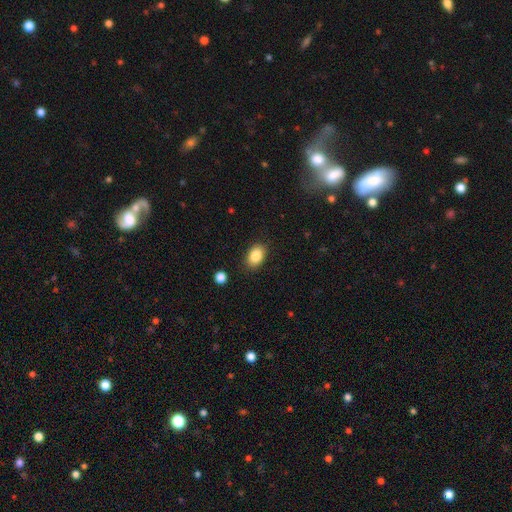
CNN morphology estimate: Smooth or featured?
  - smooth: 86% *
  - star or artifact: 8%
  - featured or disk: 6%
How rounded?
  - in between: 84% *
  - round: 15%
  - cigar-shaped: 1%
Merging?
  - none: 86% *
  - minor disturbance: 10%
  - major disturbance: 3%
  - merger: 1%